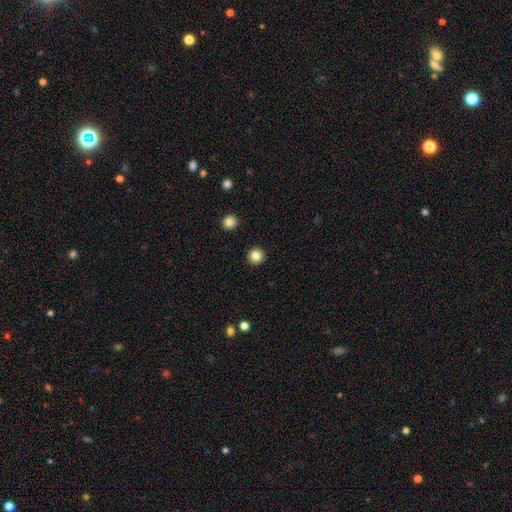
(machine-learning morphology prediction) A smooth galaxy with no disk features (84%) that is round (95%). Merging: none (93%).